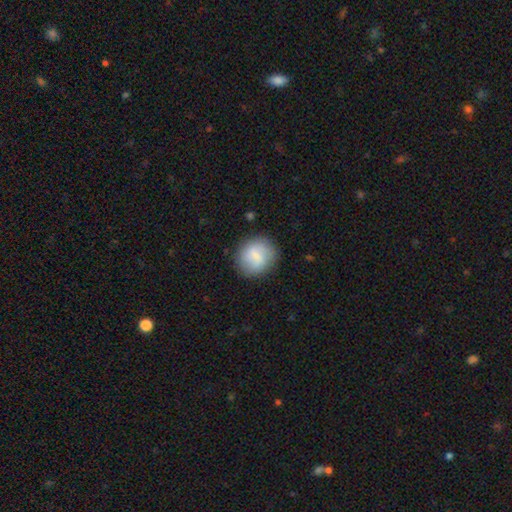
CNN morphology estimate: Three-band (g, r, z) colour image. It shows a smooth galaxy with no disk features (67%) that is round (86%). Merging: none (82%).